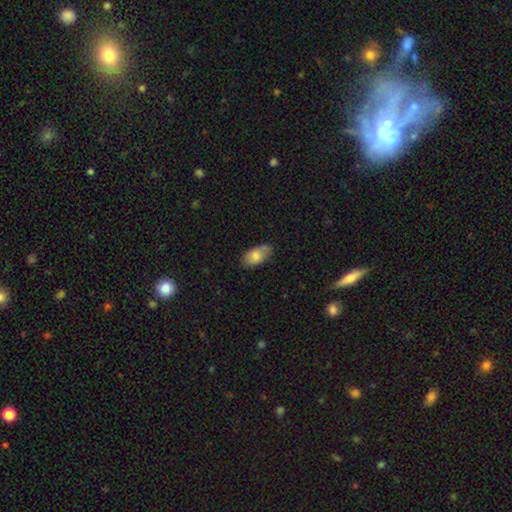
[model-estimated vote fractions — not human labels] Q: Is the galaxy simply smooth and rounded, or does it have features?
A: smooth — 78%.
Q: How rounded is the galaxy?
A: in between — 93%.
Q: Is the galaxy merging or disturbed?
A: none — 67%.